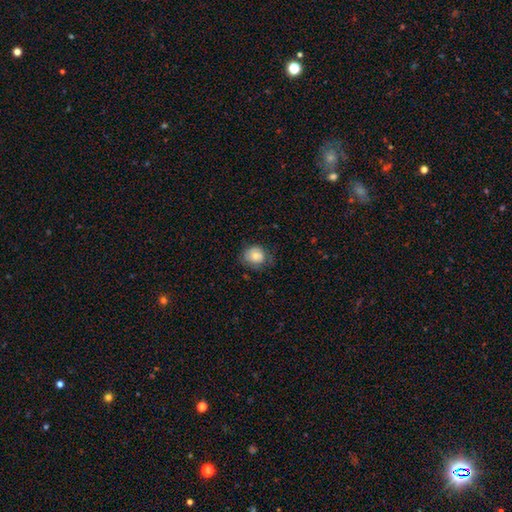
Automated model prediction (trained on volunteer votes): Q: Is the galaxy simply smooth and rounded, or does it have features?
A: smooth — 74%.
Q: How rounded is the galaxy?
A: round — 73%.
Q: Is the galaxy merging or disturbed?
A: none — 64%.